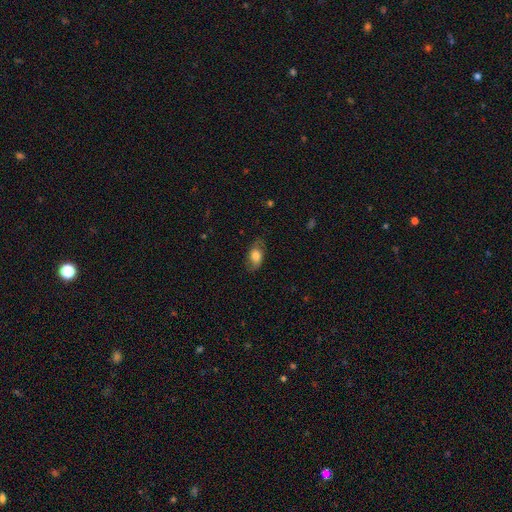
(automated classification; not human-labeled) smooth-or-featured: smooth: 65% | featured or disk: 27% | star or artifact: 8%
  how-rounded: in between: 88% | round: 9% | cigar-shaped: 3%
  merging: none: 73% | minor disturbance: 19% | major disturbance: 7% | merger: 1%